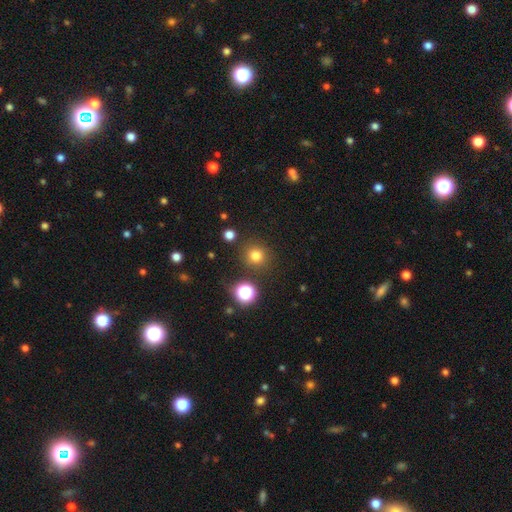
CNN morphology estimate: type=smooth (77%); roundness=round (92%); merging=none (86%).